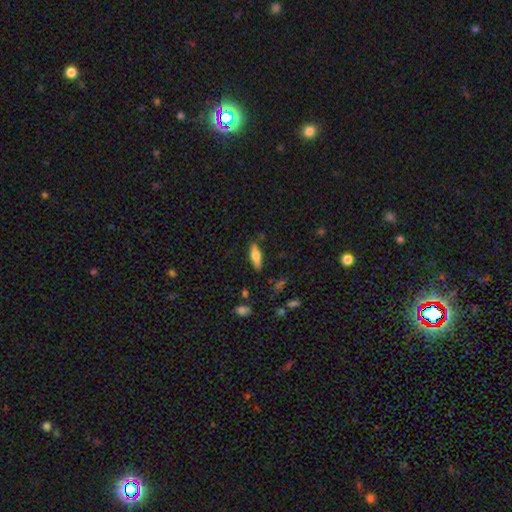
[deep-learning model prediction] A smooth galaxy with no disk features (49%).

Vote fractions:
- Smooth or featured? smooth: 49% / featured or disk: 44% / star or artifact: 7%
- Merging? none: 85% / minor disturbance: 10% / major disturbance: 3% / merger: 2%